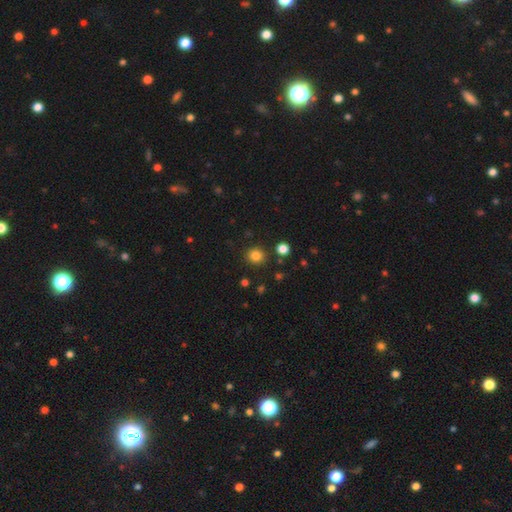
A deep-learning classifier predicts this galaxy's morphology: Smooth or featured: smooth — 83% (star or artifact — 13%)
How rounded: round — 88% (in between — 11%)
Merging: none — 89% (minor disturbance — 6%)